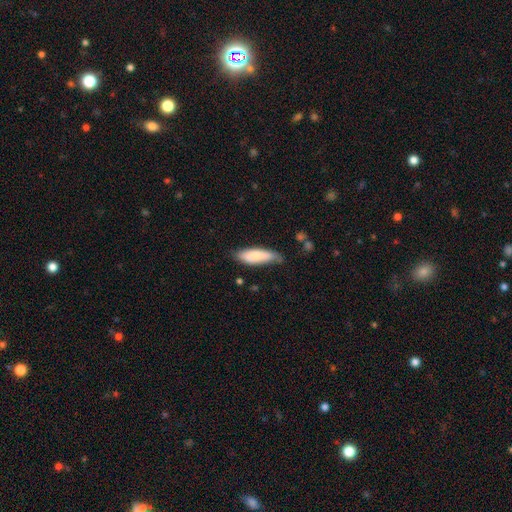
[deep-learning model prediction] A smooth galaxy with no disk features (80%) that is in between round and cigar-shaped (52%). Merging: none (67%).